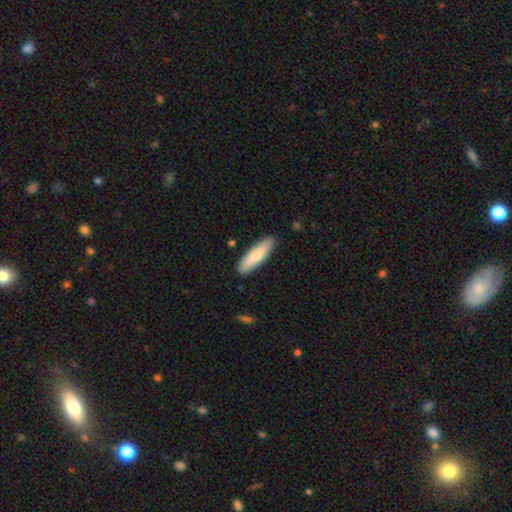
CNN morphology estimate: Smooth or featured? smooth (78%)
How rounded? cigar-shaped (62%)
Merging? none (87%)